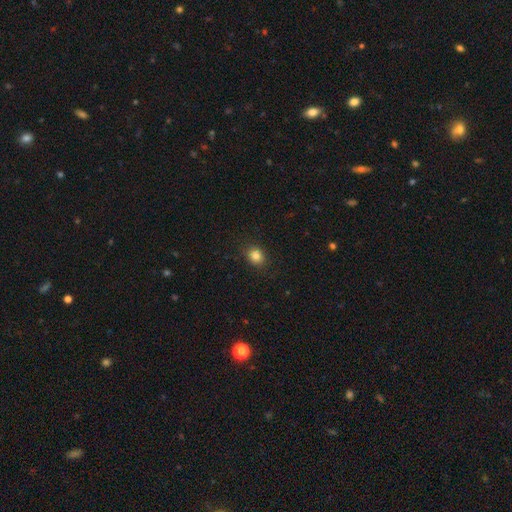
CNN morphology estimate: smooth 84%, star or artifact 11%, featured or disk 5%. Down the decision tree: how rounded — round (61%); merging — none (87%).